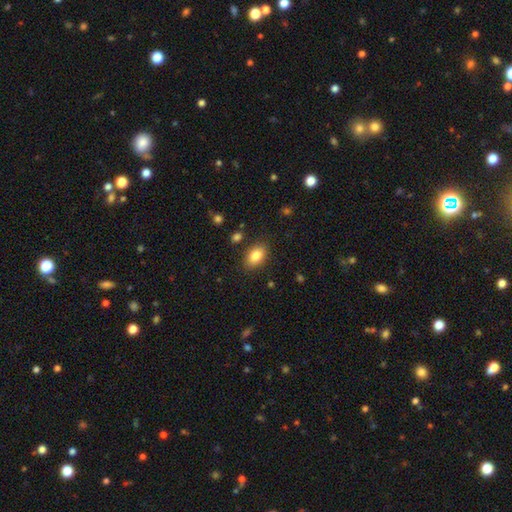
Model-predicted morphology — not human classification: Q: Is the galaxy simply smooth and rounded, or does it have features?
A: smooth — 84%.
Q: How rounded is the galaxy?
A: in between — 86%.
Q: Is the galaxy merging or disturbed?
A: none — 85%.